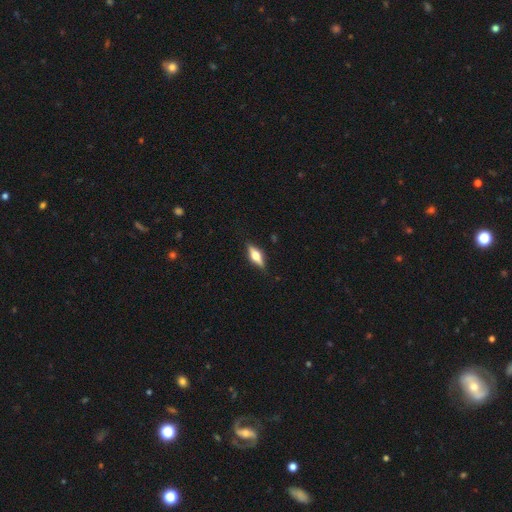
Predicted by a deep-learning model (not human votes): featured or disk 52%, smooth 41%, star or artifact 7%. Down the decision tree: edge-on disk — yes (93%); merging — none (86%).